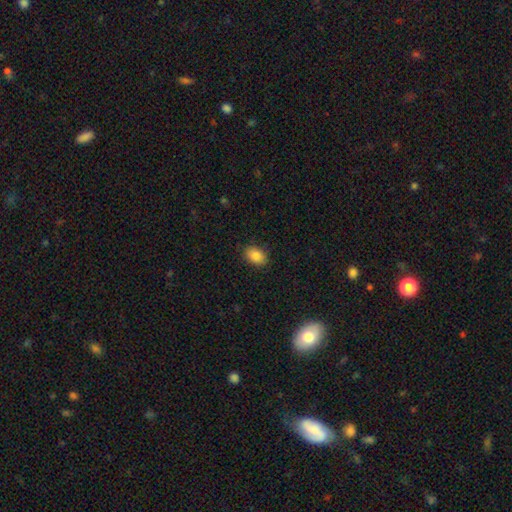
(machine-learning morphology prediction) Overall: smooth (85%). How rounded: in between (80%). Merging: none (88%).